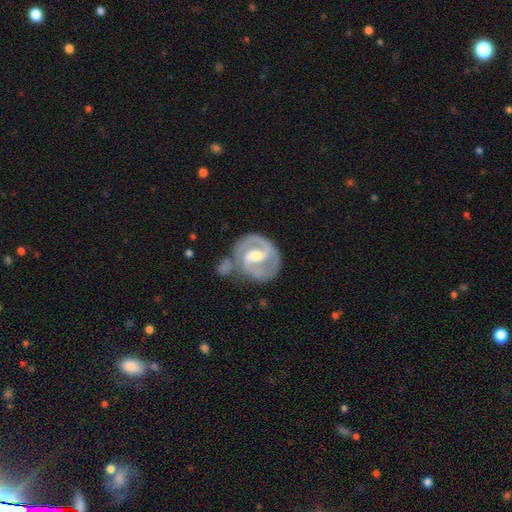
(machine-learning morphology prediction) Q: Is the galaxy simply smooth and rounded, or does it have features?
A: featured or disk — 89%.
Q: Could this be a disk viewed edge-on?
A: no — 98%.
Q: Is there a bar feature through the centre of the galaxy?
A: weak — 47%.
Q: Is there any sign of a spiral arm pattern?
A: yes — 96%.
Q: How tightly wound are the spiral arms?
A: medium — 46%.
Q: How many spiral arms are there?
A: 2 — 85%.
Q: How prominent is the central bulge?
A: moderate — 61%.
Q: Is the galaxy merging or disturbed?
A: none — 57%.